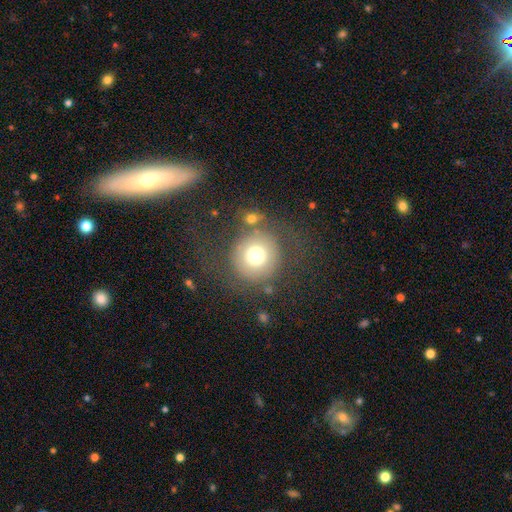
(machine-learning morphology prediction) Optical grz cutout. It shows a smooth galaxy with no disk features (71%) that is round (94%). Merging: none (73%).